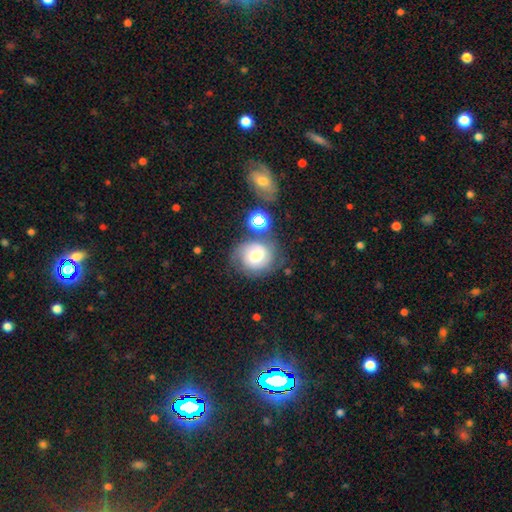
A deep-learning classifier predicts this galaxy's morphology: Smooth or featured? featured or disk (51%)
Edge-on disk? no (97%)
Merging? none (61%)